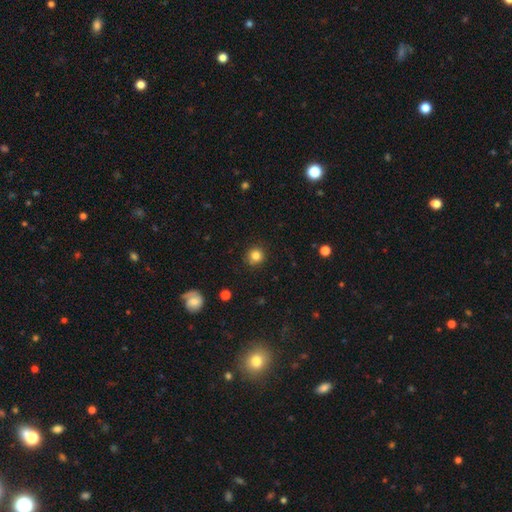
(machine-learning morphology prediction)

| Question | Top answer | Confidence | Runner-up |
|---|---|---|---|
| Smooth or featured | smooth | 83% | star or artifact (12%) |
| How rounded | round | 92% | in between (7%) |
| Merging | none | 88% | minor disturbance (9%) |